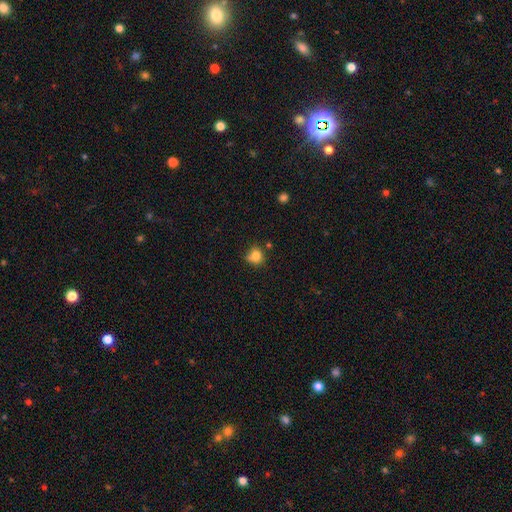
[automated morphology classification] Q: Smooth or featured?
A: smooth (81%); runner-up: star or artifact (12%)
Q: How rounded?
A: round (80%); runner-up: in between (19%)
Q: Merging?
A: none (58%); runner-up: minor disturbance (28%)